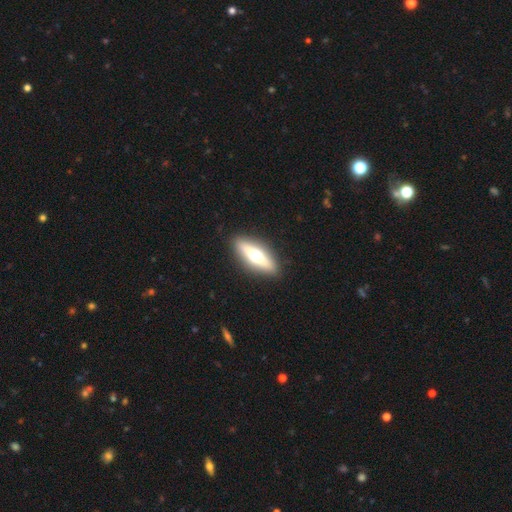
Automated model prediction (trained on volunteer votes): Morphology: type=featured or disk (49%); merging=none (90%).